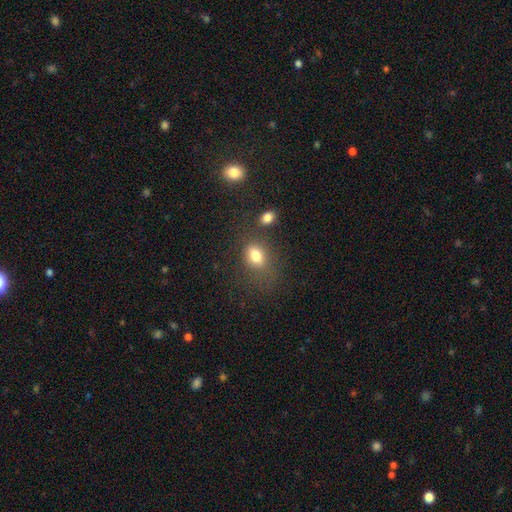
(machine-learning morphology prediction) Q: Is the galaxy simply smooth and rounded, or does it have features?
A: smooth — 79%.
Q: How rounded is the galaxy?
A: in between — 74%.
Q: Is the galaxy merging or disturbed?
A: none — 57%.